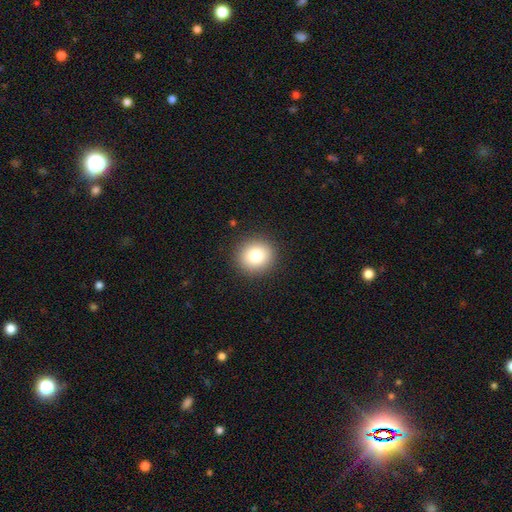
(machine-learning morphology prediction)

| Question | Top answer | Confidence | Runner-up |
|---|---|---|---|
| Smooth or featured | smooth | 81% | star or artifact (10%) |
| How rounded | round | 91% | in between (8%) |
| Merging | none | 91% | minor disturbance (6%) |